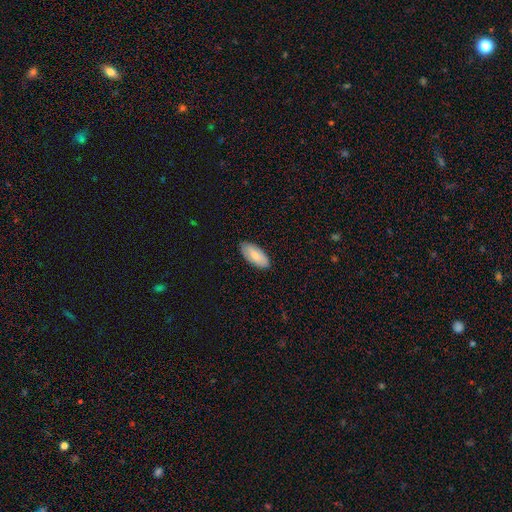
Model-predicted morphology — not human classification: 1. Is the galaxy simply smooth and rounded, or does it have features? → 78% smooth, 17% featured or disk, 6% star or artifact.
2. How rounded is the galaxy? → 90% in between, 8% cigar-shaped, 2% round.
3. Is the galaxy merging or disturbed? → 87% none, 10% minor disturbance, 2% major disturbance, 1% merger.